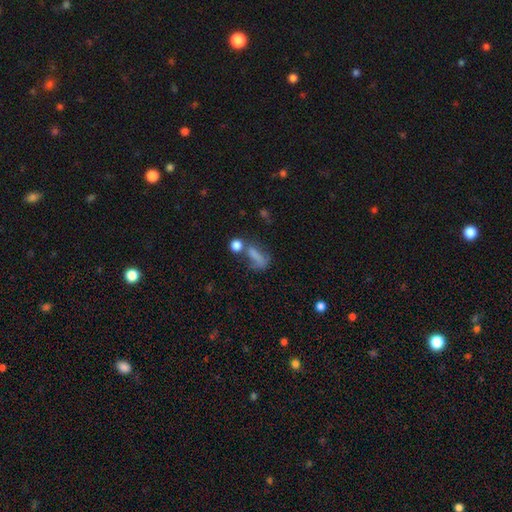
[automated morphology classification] smooth-or-featured: smooth: 66% | featured or disk: 18% | star or artifact: 16%
  how-rounded: in between: 56% | cigar-shaped: 26% | round: 19%
  merging: none: 30% | merger: 27% | major disturbance: 26% | minor disturbance: 16%